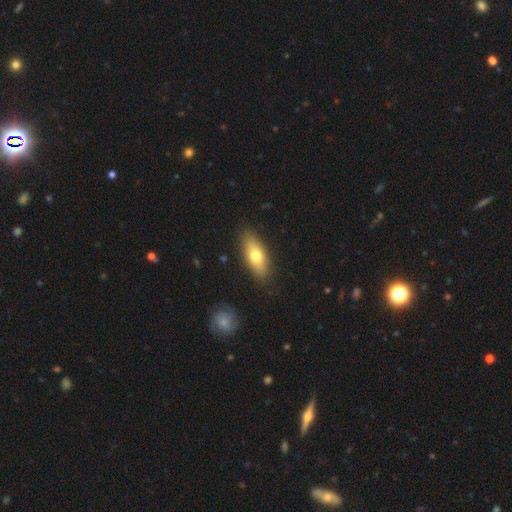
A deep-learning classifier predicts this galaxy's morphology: type=smooth (69%); roundness=in between (75%); merging=none (85%).